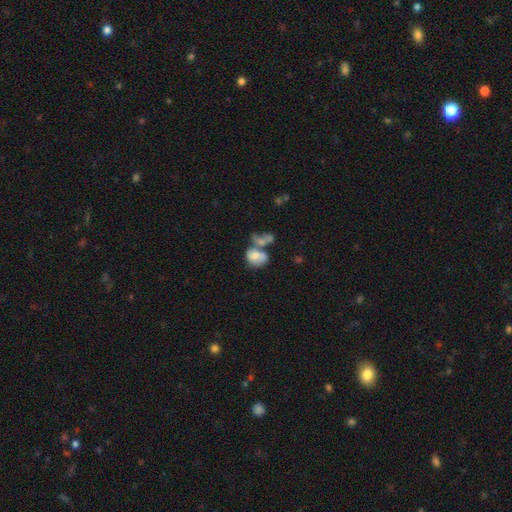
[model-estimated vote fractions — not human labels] Smooth or featured: smooth — 65% (featured or disk — 25%)
How rounded: in between — 63% (round — 36%)
Merging: merger — 59% (none — 17%)